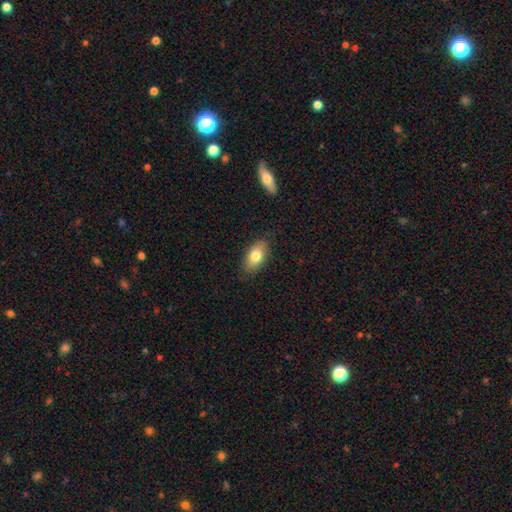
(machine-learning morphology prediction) Smooth or featured? Predicted: smooth (p=0.79). How rounded? Predicted: in between (p=0.91). Merging? Predicted: none (p=0.86).